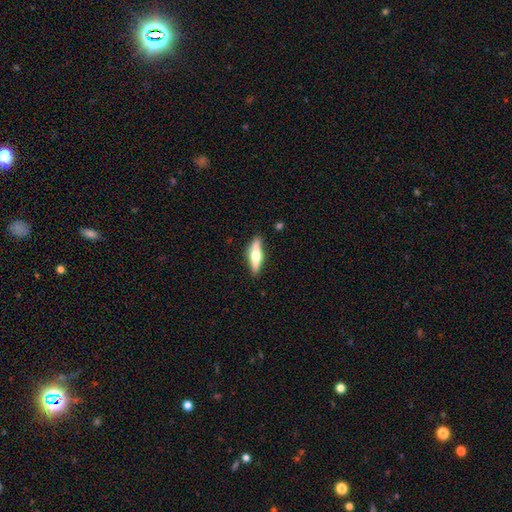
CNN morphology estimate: A featured or disk galaxy (56%) viewed edge-on (94%) with a rounded central bulge (93%).

Vote fractions:
- Smooth or featured? featured or disk: 56% / smooth: 38% / star or artifact: 5%
- Edge-on disk? yes: 94% / no: 6%
- Edge-on bulge? rounded: 93% / boxy: 4% / none: 3%
- Merging? none: 86% / minor disturbance: 10% / major disturbance: 2% / merger: 2%